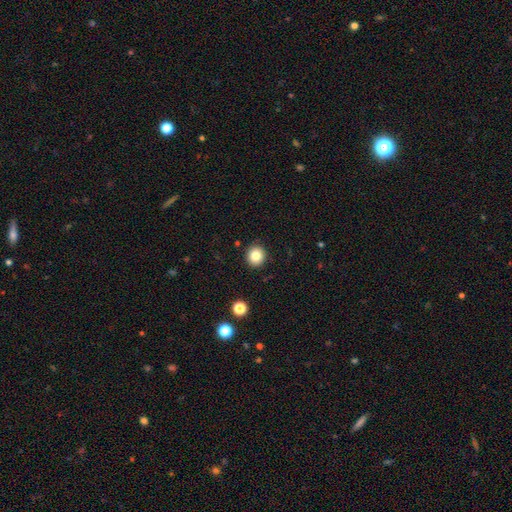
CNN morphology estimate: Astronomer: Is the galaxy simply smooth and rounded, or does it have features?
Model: smooth — 83%.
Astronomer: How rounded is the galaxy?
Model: round — 90%.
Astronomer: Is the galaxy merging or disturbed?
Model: none — 90%.